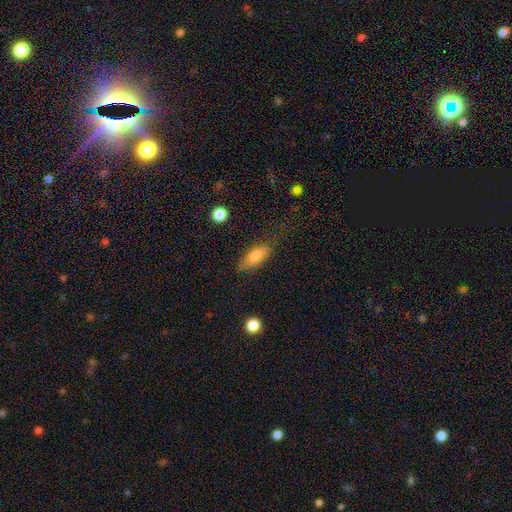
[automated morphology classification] Q: Smooth or featured?
A: smooth (75%); runner-up: featured or disk (18%)
Q: How rounded?
A: in between (77%); runner-up: cigar-shaped (20%)
Q: Merging?
A: none (69%); runner-up: minor disturbance (22%)